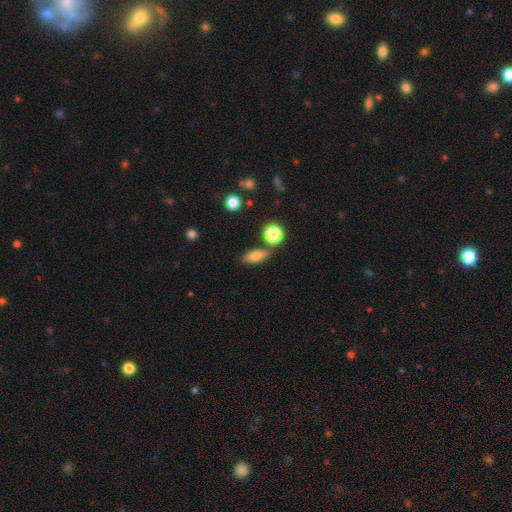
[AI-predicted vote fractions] A smooth galaxy with no disk features (76%) that is in between round and cigar-shaped (71%).

Vote fractions:
- Smooth or featured? smooth: 76% / featured or disk: 14% / star or artifact: 10%
- How rounded? in between: 71% / cigar-shaped: 18% / round: 10%
- Merging? none: 73% / minor disturbance: 13% / merger: 10% / major disturbance: 4%